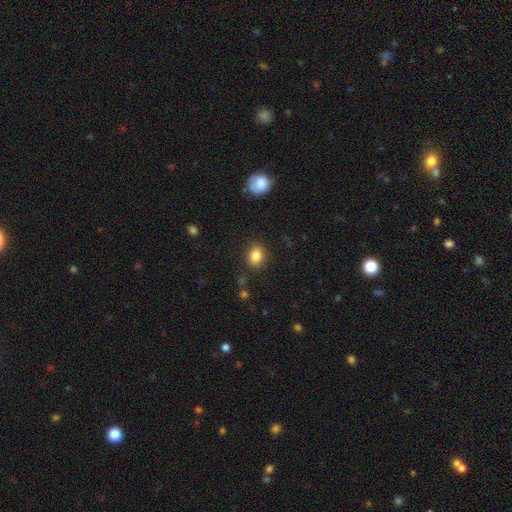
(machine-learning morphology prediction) Smooth or featured? Predicted: smooth (p=0.85). How rounded? Predicted: in between (p=0.56). Merging? Predicted: none (p=0.86).